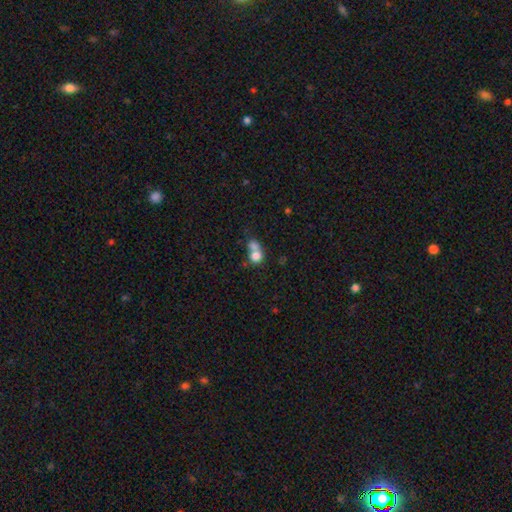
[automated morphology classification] Smooth or featured? smooth (76%)
How rounded? round (75%)
Merging? merger (62%)